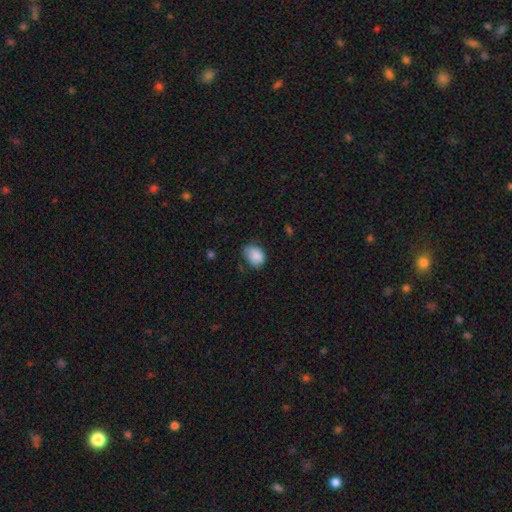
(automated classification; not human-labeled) smooth_or_featured: smooth (p=0.87) [alt: star or artifact p=0.08]
how_rounded: in between (p=0.61) [alt: round p=0.38]
merging: none (p=0.59) [alt: minor disturbance p=0.32]